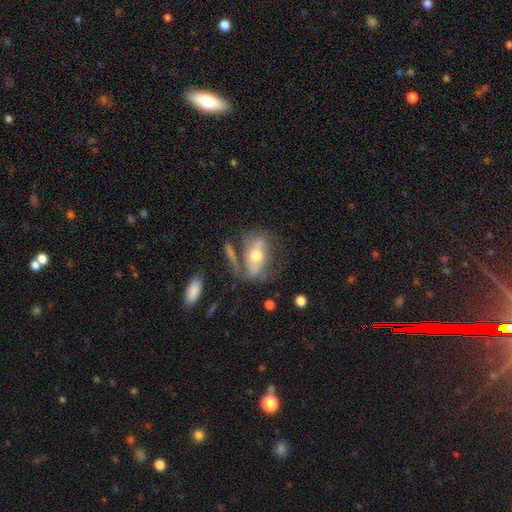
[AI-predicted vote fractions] A featured or disk galaxy (59%) with no bar (47%), spiral arms (56%) and a moderate central bulge (69%).

Vote fractions:
- Smooth or featured? featured or disk: 59% / smooth: 32% / star or artifact: 8%
- Edge-on disk? no: 84% / yes: 16%
- Bar? no: 47% / weak: 28% / strong: 25%
- Spiral arms? yes: 56% / no: 44%
- Bulge size? moderate: 69% / small: 16% / large: 12% / none: 2% / dominant: 2%
- Merging? none: 41% / major disturbance: 23% / minor disturbance: 21% / merger: 15%